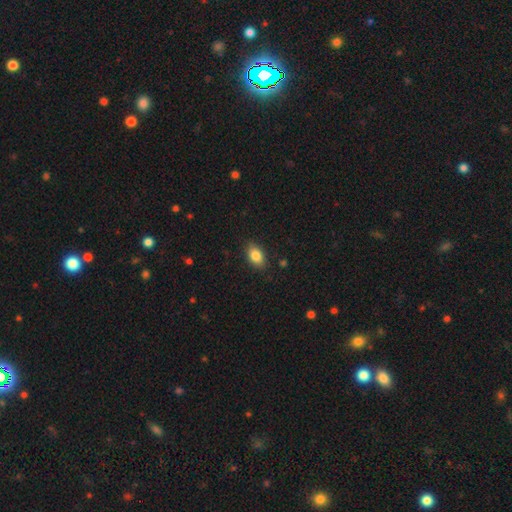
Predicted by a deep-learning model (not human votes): Overall: smooth (84%). How rounded: in between (87%). Merging: none (87%).